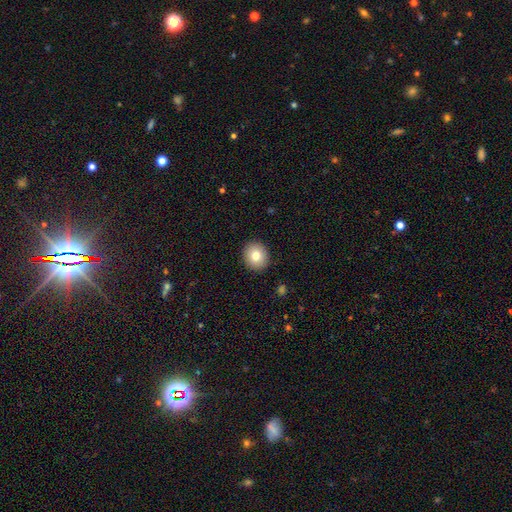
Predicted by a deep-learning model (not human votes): Smooth or featured: smooth — 79% (featured or disk — 11%)
How rounded: round — 78% (in between — 21%)
Merging: none — 91% (minor disturbance — 6%)